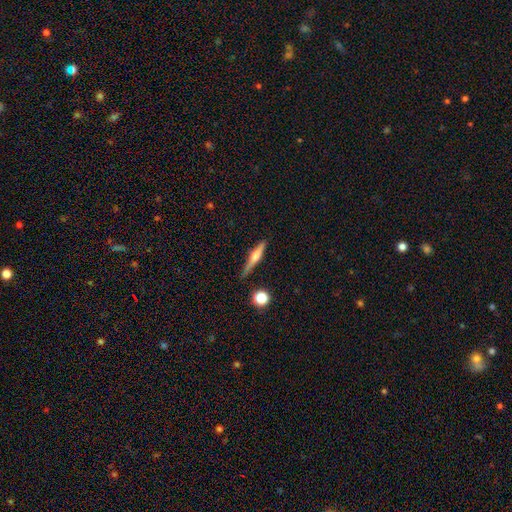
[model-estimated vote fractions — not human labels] Morphology: type=featured or disk (51%); edge-on=yes (96%); merging=none (80%).